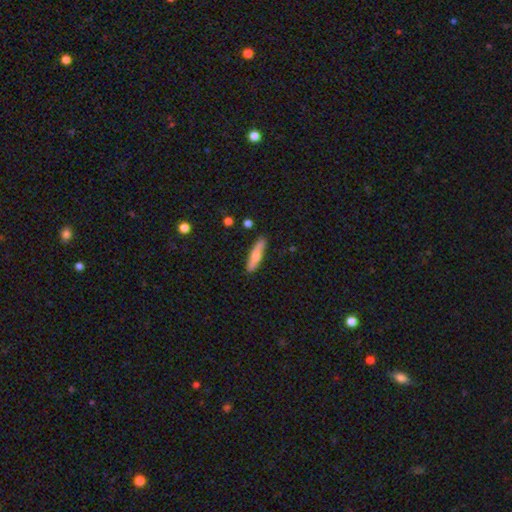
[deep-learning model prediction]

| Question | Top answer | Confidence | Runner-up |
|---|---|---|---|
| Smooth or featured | smooth | 64% | featured or disk (30%) |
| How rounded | cigar-shaped | 77% | in between (21%) |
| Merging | none | 86% | minor disturbance (10%) |